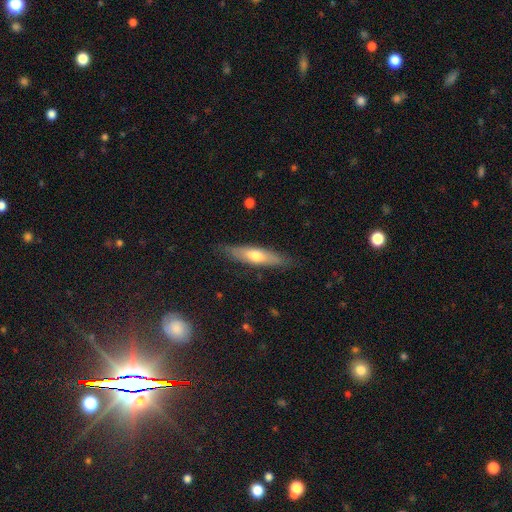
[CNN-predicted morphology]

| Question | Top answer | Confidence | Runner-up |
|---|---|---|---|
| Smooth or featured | smooth | 53% | featured or disk (41%) |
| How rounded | cigar-shaped | 69% | in between (29%) |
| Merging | none | 82% | minor disturbance (14%) |